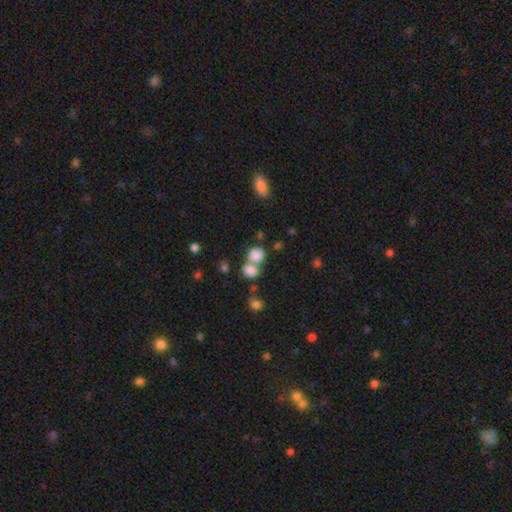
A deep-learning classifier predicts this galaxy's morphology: Smooth or featured? Predicted: smooth (p=0.82). How rounded? Predicted: round (p=0.69). Merging? Predicted: merger (p=0.48).